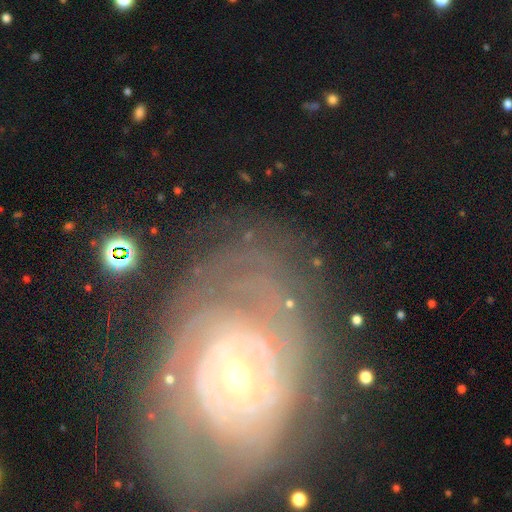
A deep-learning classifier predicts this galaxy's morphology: Q: Smooth or featured?
A: featured or disk (81%); runner-up: smooth (10%)
Q: Edge-on disk?
A: no (95%); runner-up: yes (5%)
Q: Bar?
A: no (52%); runner-up: weak (31%)
Q: Spiral arms?
A: yes (85%); runner-up: no (15%)
Q: Spiral winding?
A: tight (75%); runner-up: medium (18%)
Q: Spiral arm count?
A: can't tell (46%); runner-up: 2 (18%)
Q: Bulge size?
A: small (54%); runner-up: moderate (40%)
Q: Merging?
A: none (67%); runner-up: minor disturbance (17%)